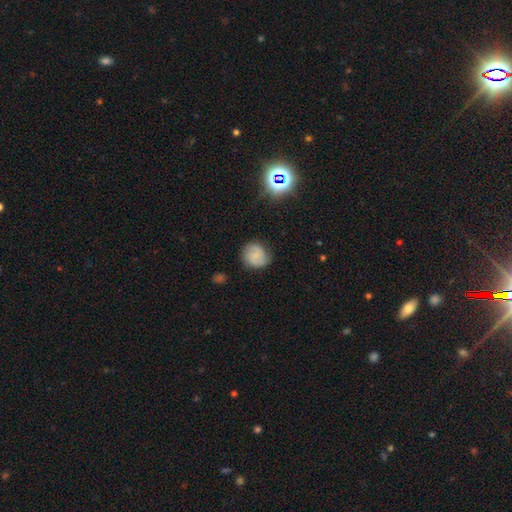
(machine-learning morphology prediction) type=smooth (58%); roundness=round (80%); merging=none (77%).